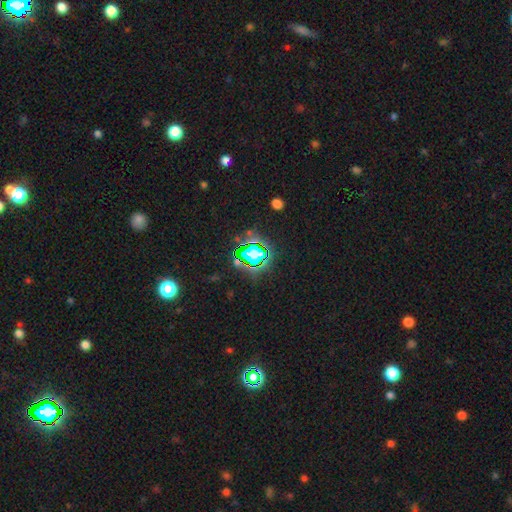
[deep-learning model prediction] Morphology: type=star or artifact (68%).